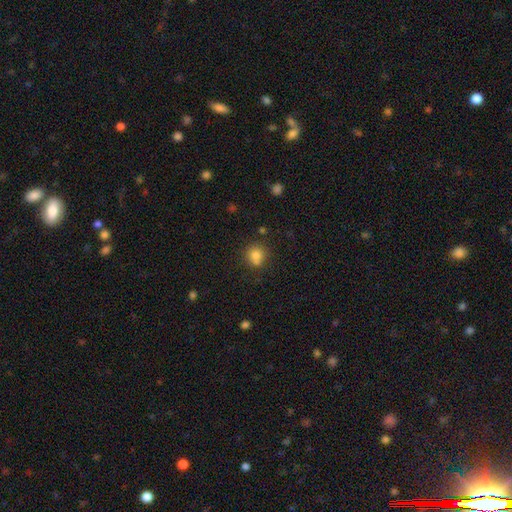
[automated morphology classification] Overall: smooth (80%). How rounded: round (83%). Merging: none (62%).